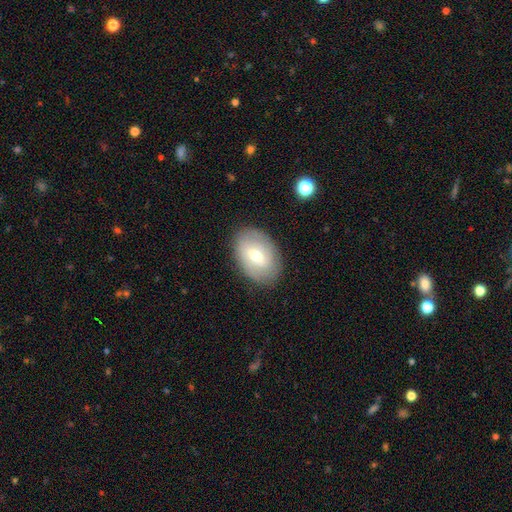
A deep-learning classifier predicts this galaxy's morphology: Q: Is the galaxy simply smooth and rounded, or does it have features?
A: featured or disk — 48%.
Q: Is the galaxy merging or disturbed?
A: none — 84%.